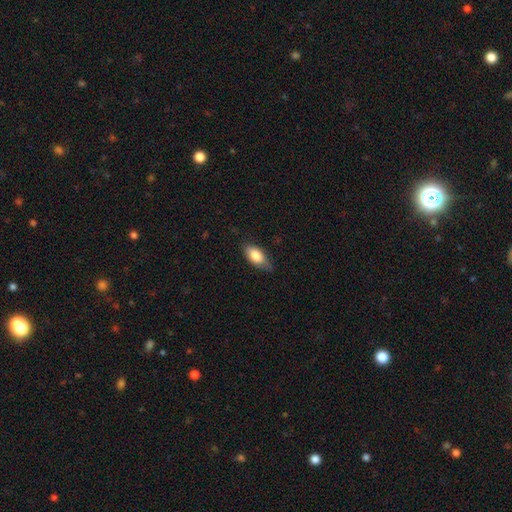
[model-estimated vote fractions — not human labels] This is likely a smooth galaxy (79%). How rounded: clearly in between (87%). Merging: likely none (72%).